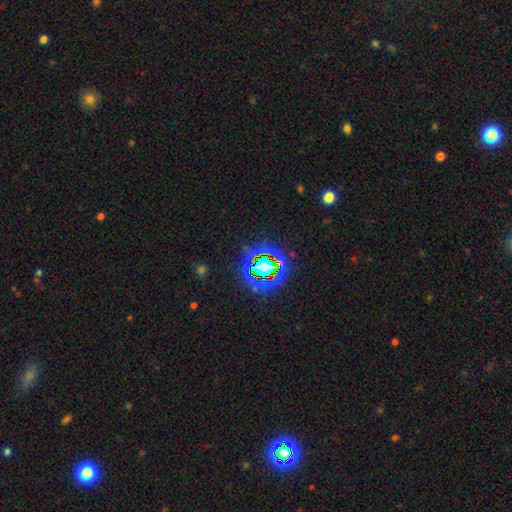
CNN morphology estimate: star or artifact 77%, smooth 14%, featured or disk 10%.